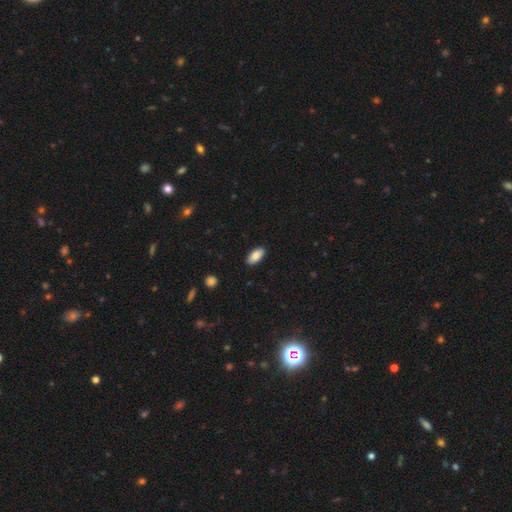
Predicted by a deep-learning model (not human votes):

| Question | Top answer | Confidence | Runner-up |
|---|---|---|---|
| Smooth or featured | smooth | 86% | featured or disk (7%) |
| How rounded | in between | 92% | cigar-shaped (6%) |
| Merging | none | 89% | minor disturbance (8%) |